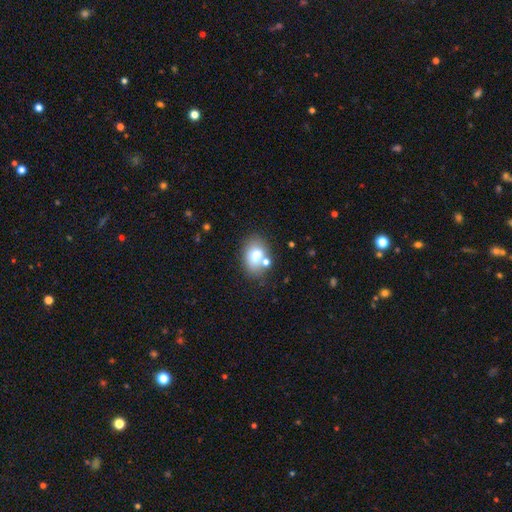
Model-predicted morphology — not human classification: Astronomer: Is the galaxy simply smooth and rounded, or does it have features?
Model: smooth — 70%.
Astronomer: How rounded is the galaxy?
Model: in between — 75%.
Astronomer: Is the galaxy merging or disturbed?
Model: none — 61%.